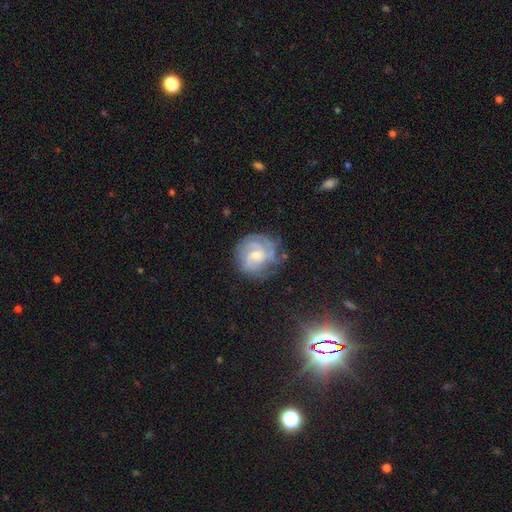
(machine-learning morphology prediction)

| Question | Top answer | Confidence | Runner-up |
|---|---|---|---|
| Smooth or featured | featured or disk | 81% | smooth (11%) |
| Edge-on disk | no | 98% | yes (2%) |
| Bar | no | 49% | weak (42%) |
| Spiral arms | yes | 96% | no (4%) |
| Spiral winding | tight | 67% | medium (28%) |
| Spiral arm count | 3 | 28% | can't tell (27%) |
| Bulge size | small | 51% | moderate (43%) |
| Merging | none | 73% | minor disturbance (18%) |